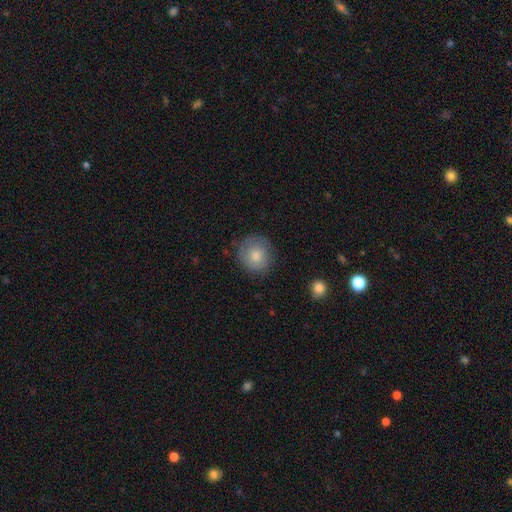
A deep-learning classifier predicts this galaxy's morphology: A smooth galaxy with no disk features (72%) that is round (91%).

Vote fractions:
- Smooth or featured? smooth: 72% / featured or disk: 20% / star or artifact: 7%
- How rounded? round: 91% / in between: 9% / cigar-shaped: 1%
- Merging? none: 79% / minor disturbance: 16% / major disturbance: 4% / merger: 1%